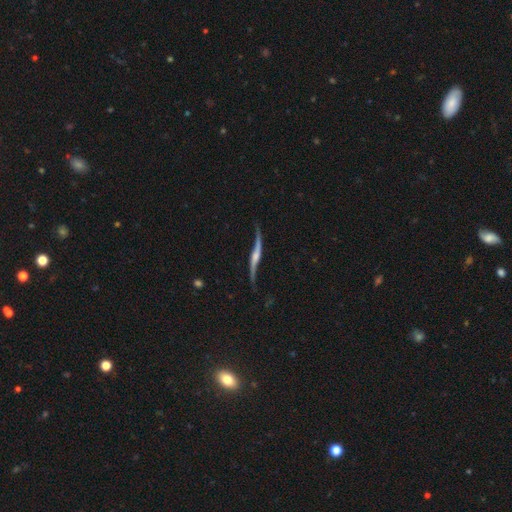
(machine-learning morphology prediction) A featured or disk galaxy (84%) viewed edge-on (62%) with a rounded central bulge (71%).

Vote fractions:
- Smooth or featured? featured or disk: 84% / smooth: 10% / star or artifact: 6%
- Edge-on disk? yes: 62% / no: 38%
- Edge-on bulge? rounded: 71% / boxy: 15% / none: 14%
- Merging? none: 65% / minor disturbance: 21% / major disturbance: 10% / merger: 3%